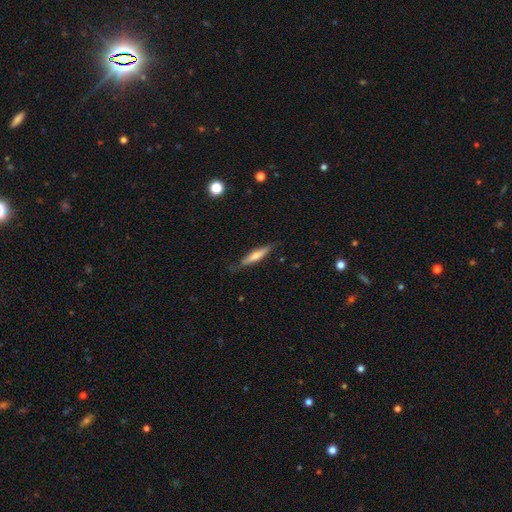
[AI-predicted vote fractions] This is possibly a smooth galaxy (50%). Merging: likely none (79%).